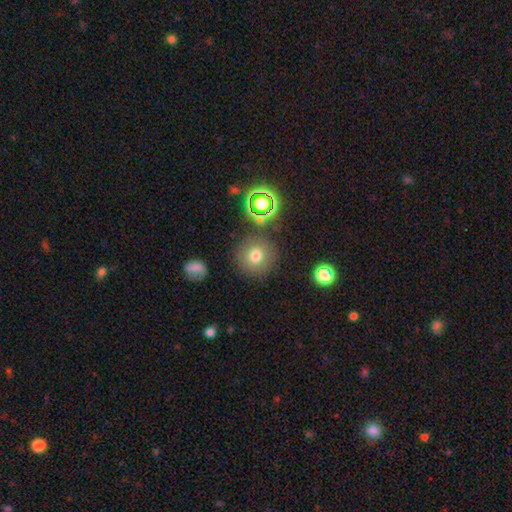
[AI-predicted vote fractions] This is likely a smooth galaxy (73%). How rounded: clearly round (92%). Merging: clearly none (82%).